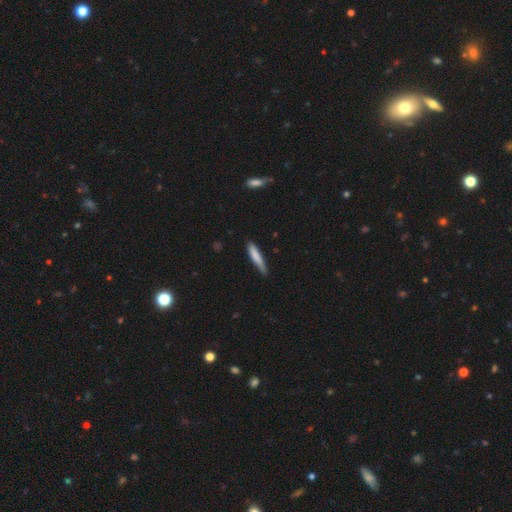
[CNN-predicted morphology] Q: Smooth or featured?
A: smooth (78%); runner-up: featured or disk (16%)
Q: How rounded?
A: cigar-shaped (89%); runner-up: in between (10%)
Q: Merging?
A: none (65%); runner-up: minor disturbance (29%)